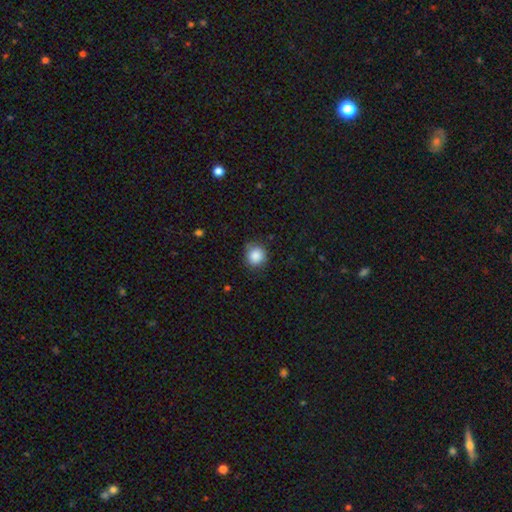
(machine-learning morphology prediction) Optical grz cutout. It shows a smooth galaxy with no disk features (86%) that is round (91%). Merging: none (82%).